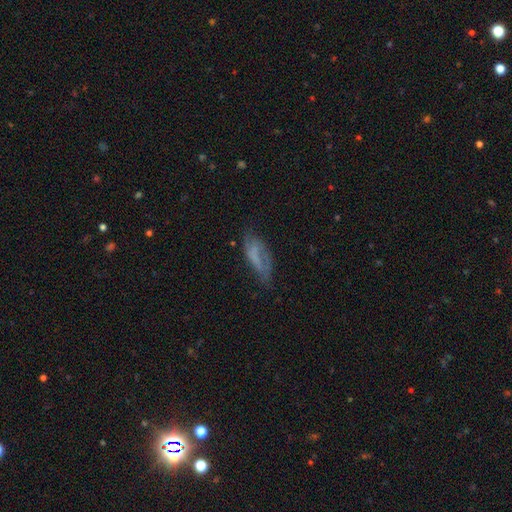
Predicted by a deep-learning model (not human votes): Smooth or featured? smooth (52%)
How rounded? in between (66%)
Merging? none (45%)